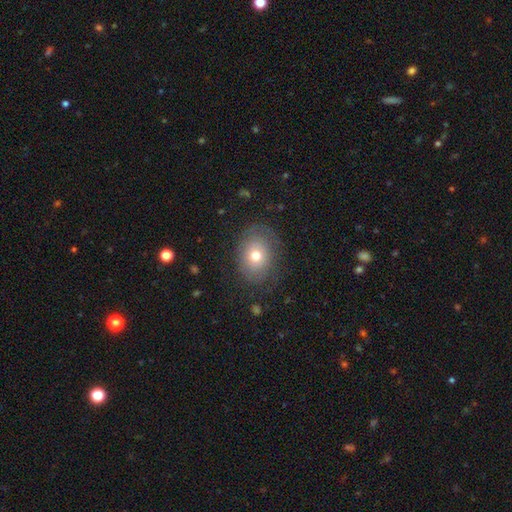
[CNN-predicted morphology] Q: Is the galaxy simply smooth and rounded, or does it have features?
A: smooth — 66%.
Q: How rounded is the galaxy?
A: in between — 56%.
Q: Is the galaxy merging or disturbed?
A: none — 73%.